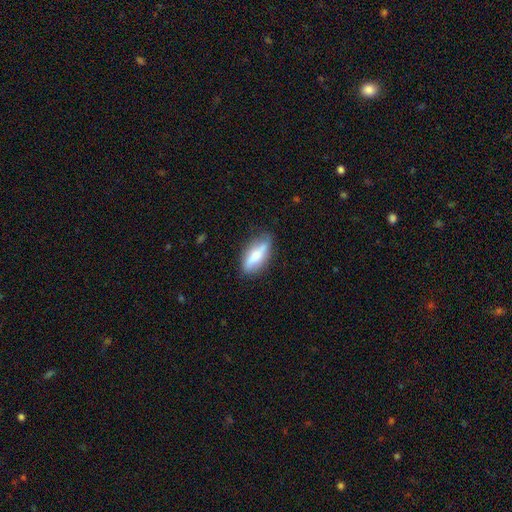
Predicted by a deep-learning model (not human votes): smooth_or_featured: smooth (p=0.66) [alt: featured or disk p=0.27]
how_rounded: in between (p=0.64) [alt: cigar-shaped p=0.33]
merging: none (p=0.77) [alt: minor disturbance p=0.18]